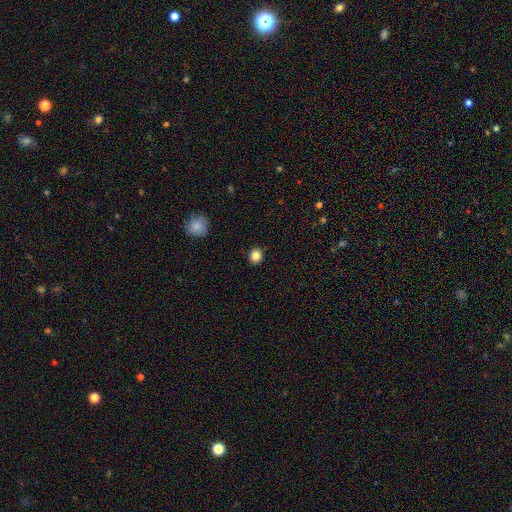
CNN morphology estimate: A smooth galaxy with no disk features (84%) that is round (81%). Merging: none (91%).